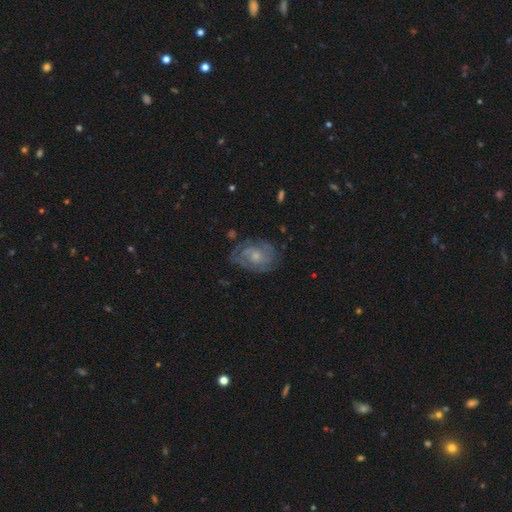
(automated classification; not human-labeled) Overall: featured or disk (72%). Edge-on disk: no (97%). Bar: no (75%). Spiral arms: yes (83%). Spiral arm count: can't tell (42%; 2 30%). Spiral winding: tight (57%; medium 33%). Bulge size: small (49%; moderate 43%). Merging: none (67%).